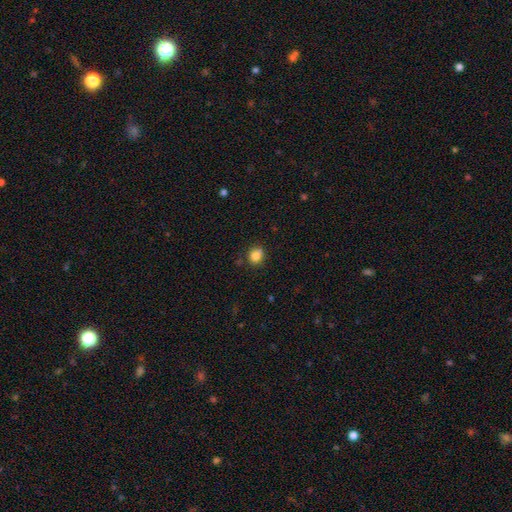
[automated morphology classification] smooth_or_featured: smooth (p=0.84) [alt: star or artifact p=0.11]
how_rounded: round (p=0.68) [alt: in between p=0.31]
merging: none (p=0.76) [alt: minor disturbance p=0.16]